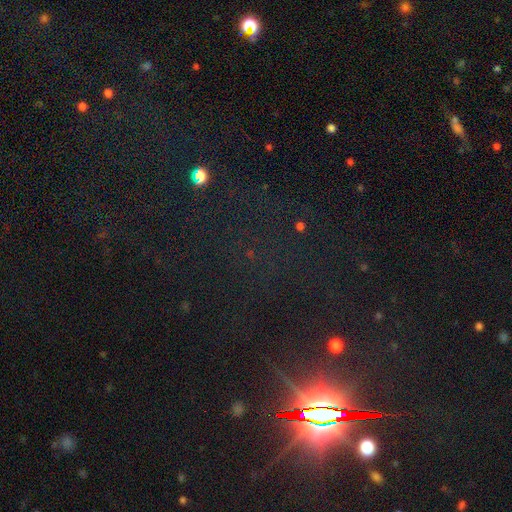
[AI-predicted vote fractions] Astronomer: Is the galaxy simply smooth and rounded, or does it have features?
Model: star or artifact — 81%.